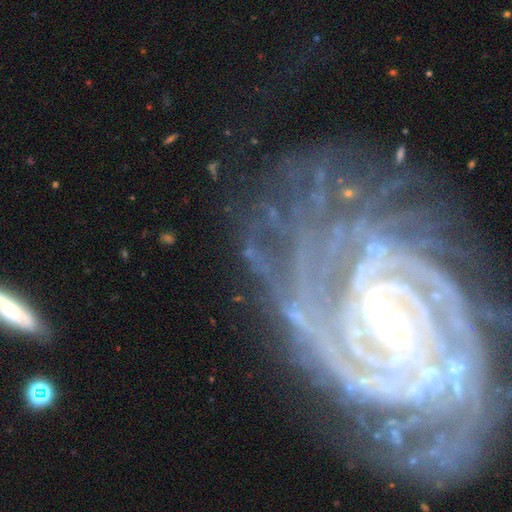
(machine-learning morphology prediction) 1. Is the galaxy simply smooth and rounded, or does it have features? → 87% featured or disk, 8% star or artifact, 5% smooth.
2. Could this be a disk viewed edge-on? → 96% no, 4% yes.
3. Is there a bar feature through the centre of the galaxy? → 49% no, 28% weak, 23% strong.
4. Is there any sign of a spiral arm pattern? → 97% yes, 3% no.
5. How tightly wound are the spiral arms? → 77% tight, 18% medium, 4% loose.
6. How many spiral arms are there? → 27% can't tell, 18% 2, 17% more than 4, 15% 4, 14% 3, 9% 1.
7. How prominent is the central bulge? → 74% small, 21% moderate, 2% none, 2% large, 1% dominant.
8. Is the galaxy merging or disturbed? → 67% none, 18% minor disturbance, 12% major disturbance, 3% merger.